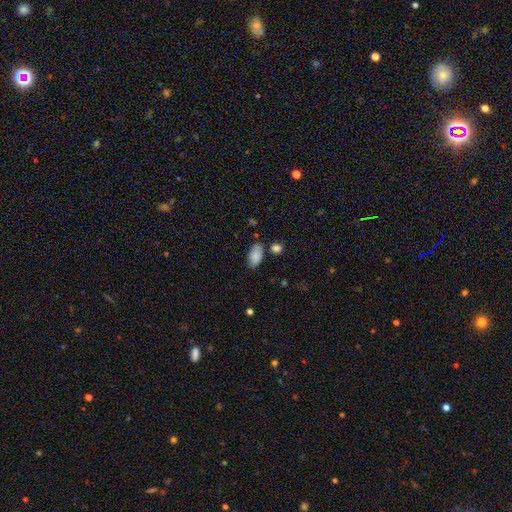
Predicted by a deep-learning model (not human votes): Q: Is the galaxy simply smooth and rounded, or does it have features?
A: smooth — 85%.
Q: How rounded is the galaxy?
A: in between — 94%.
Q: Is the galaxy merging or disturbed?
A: none — 70%.